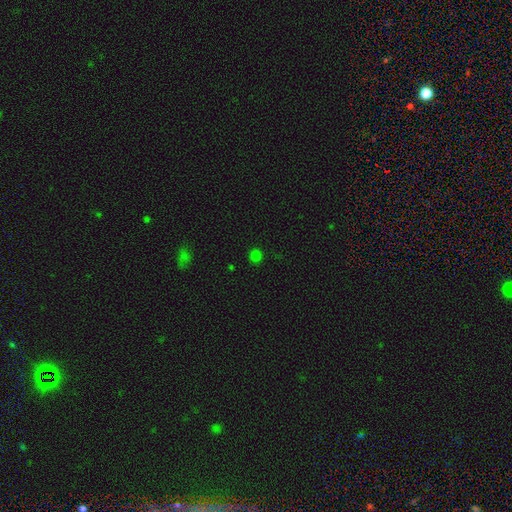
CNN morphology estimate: smooth_or_featured: smooth (p=0.76) [alt: star or artifact p=0.20]
how_rounded: round (p=0.90) [alt: in between p=0.09]
merging: none (p=0.90) [alt: minor disturbance p=0.06]